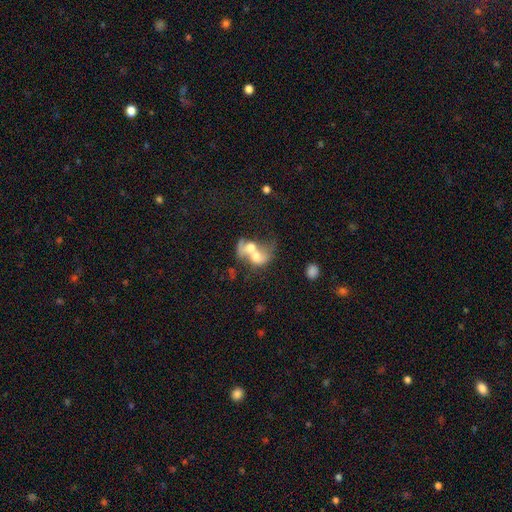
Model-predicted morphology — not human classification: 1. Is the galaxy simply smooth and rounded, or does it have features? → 47% smooth, 43% featured or disk, 10% star or artifact.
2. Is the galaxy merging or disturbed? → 79% merger, 8% none, 8% major disturbance, 4% minor disturbance.